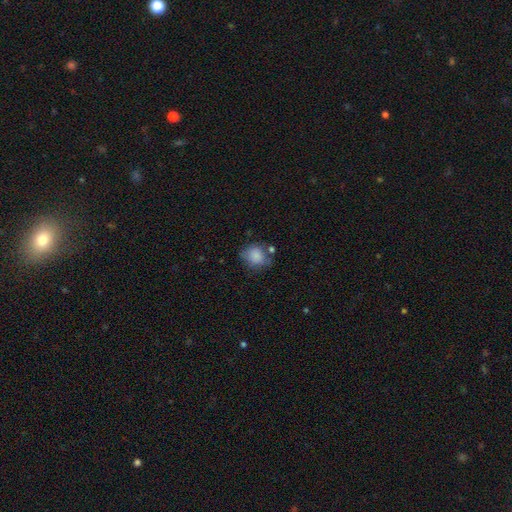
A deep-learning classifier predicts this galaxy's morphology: smooth 83%, star or artifact 9%, featured or disk 8%. Down the decision tree: how rounded — round (71%); merging — none (59%).